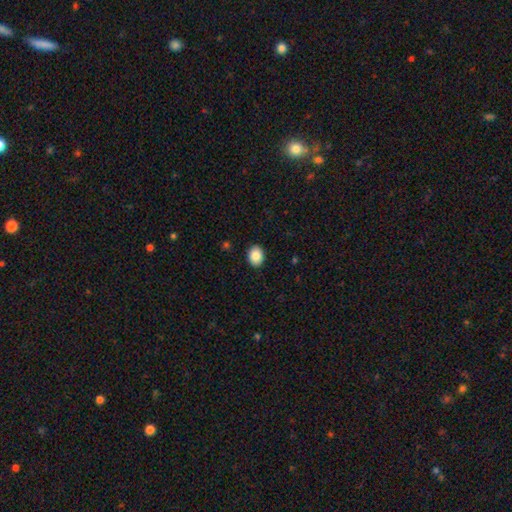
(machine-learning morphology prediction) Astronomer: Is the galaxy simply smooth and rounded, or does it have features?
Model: smooth — 87%.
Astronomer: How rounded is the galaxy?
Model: in between — 62%.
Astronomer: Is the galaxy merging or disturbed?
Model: none — 91%.